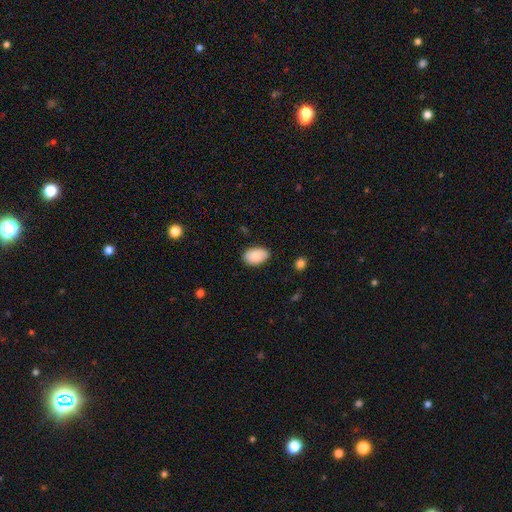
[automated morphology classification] smooth-or-featured: smooth: 87% | star or artifact: 6% | featured or disk: 6%
  how-rounded: in between: 92% | round: 7% | cigar-shaped: 1%
  merging: none: 83% | minor disturbance: 13% | major disturbance: 2% | merger: 1%